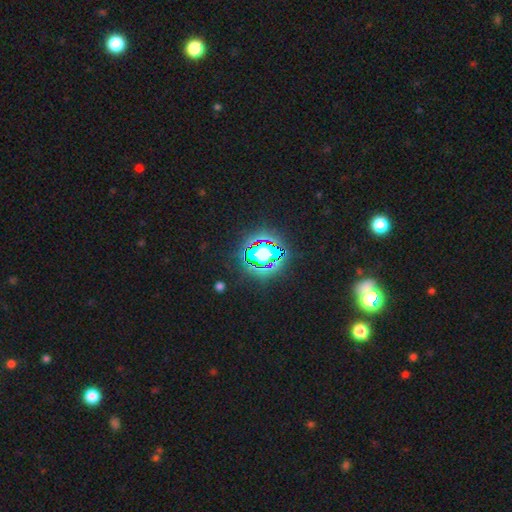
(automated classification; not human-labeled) smooth_or_featured: star or artifact (p=0.80) [alt: smooth p=0.12]